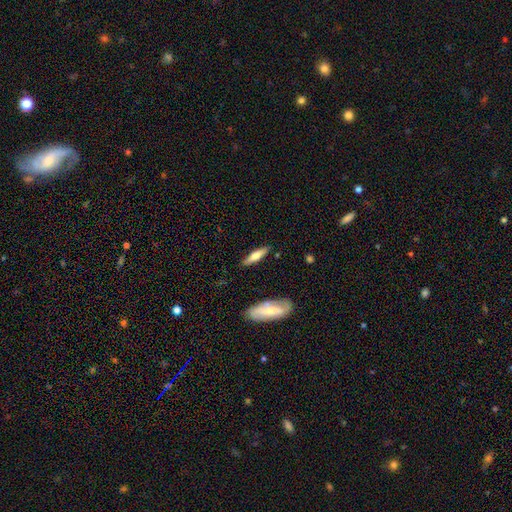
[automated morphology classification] smooth-or-featured: smooth: 57% | featured or disk: 38% | star or artifact: 6%
  how-rounded: cigar-shaped: 70% | in between: 28% | round: 2%
  merging: none: 85% | minor disturbance: 10% | merger: 2% | major disturbance: 2%